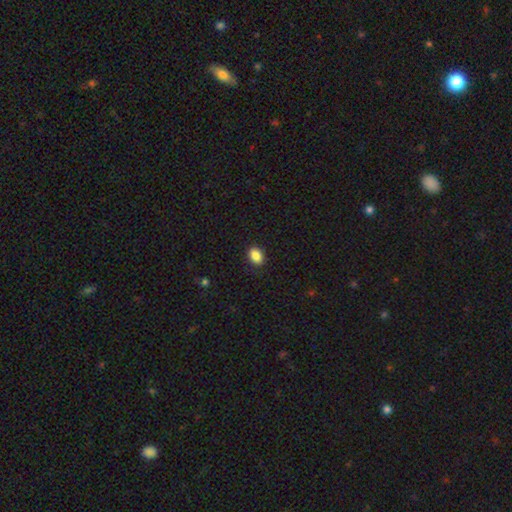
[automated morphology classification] A smooth galaxy with no disk features (87%) that is in between round and cigar-shaped (75%). Merging: none (88%).